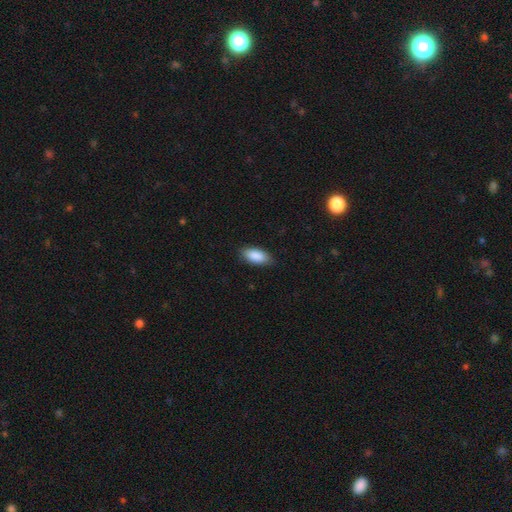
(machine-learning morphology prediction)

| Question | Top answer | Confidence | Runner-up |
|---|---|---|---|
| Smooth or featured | smooth | 89% | star or artifact (6%) |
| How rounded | in between | 90% | cigar-shaped (8%) |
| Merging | none | 84% | minor disturbance (13%) |